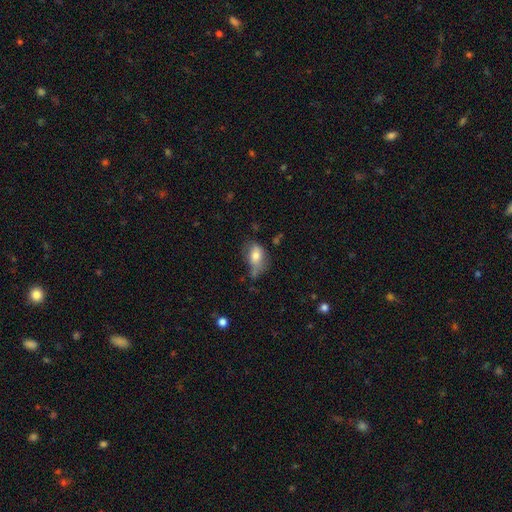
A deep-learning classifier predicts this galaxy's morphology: Smooth or featured: smooth — 72% (featured or disk — 19%)
How rounded: in between — 81% (round — 16%)
Merging: none — 35% (tied with minor disturbance — 35%)